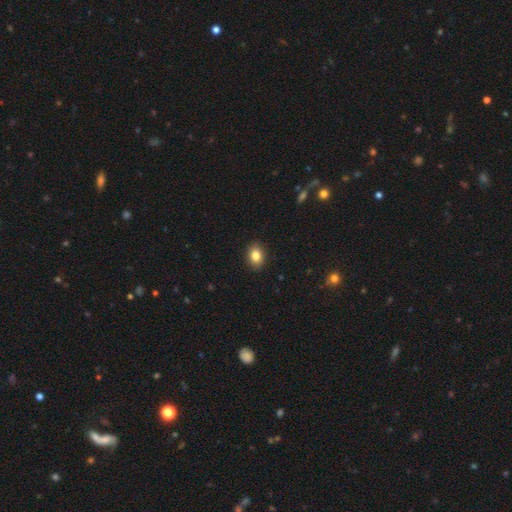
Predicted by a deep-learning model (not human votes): A smooth galaxy with no disk features (84%) that is in between round and cigar-shaped (70%).

Vote fractions:
- Smooth or featured? smooth: 84% / star or artifact: 9% / featured or disk: 7%
- How rounded? in between: 70% / round: 28% / cigar-shaped: 1%
- Merging? none: 89% / minor disturbance: 8% / major disturbance: 2% / merger: 1%